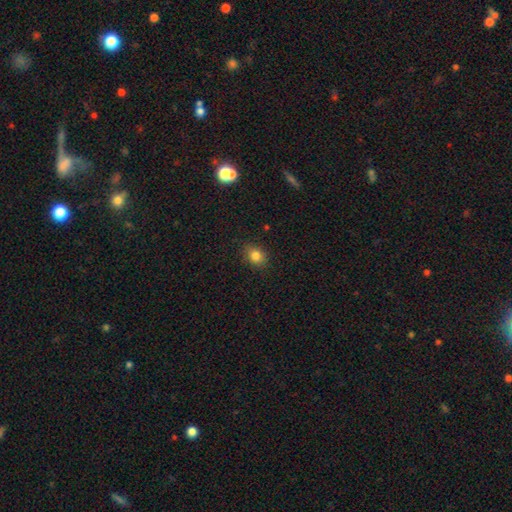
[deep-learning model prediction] Smooth or featured?
  - smooth: 82% *
  - star or artifact: 12%
  - featured or disk: 6%
How rounded?
  - round: 50% *
  - in between: 49%
  - cigar-shaped: 1%
Merging?
  - none: 86% *
  - minor disturbance: 10%
  - major disturbance: 2%
  - merger: 1%